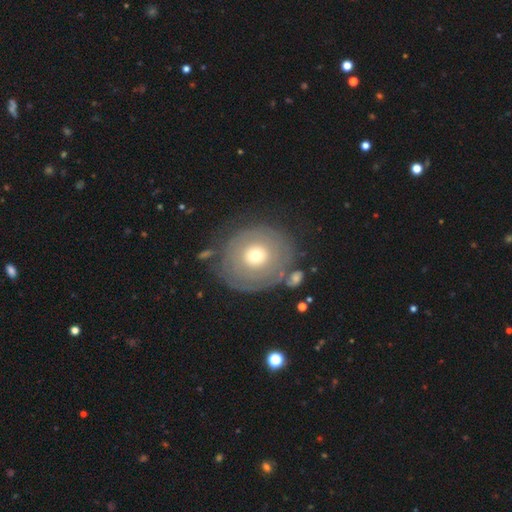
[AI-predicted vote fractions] Smooth or featured? Predicted: smooth (p=0.47). Merging? Predicted: none (p=0.72).